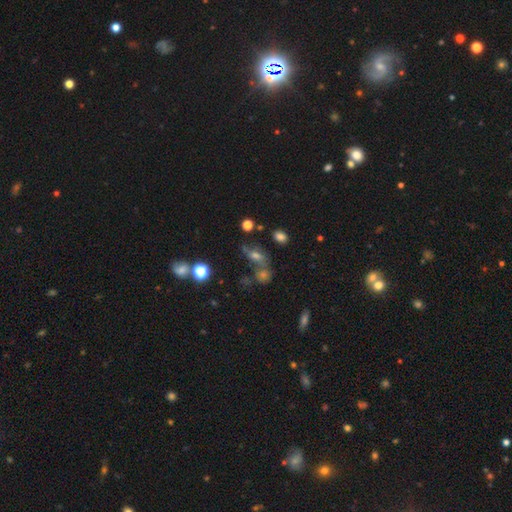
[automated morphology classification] This is marginally a smooth galaxy (39%). Merging: marginally none (43%).